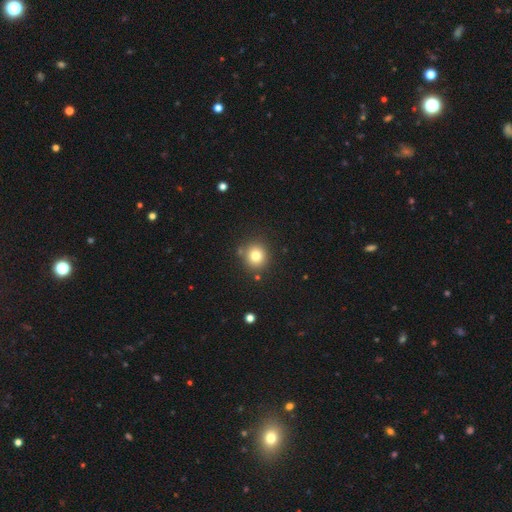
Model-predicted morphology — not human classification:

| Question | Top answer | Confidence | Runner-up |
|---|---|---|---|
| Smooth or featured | smooth | 79% | star or artifact (13%) |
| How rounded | round | 90% | in between (9%) |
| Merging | none | 84% | minor disturbance (9%) |